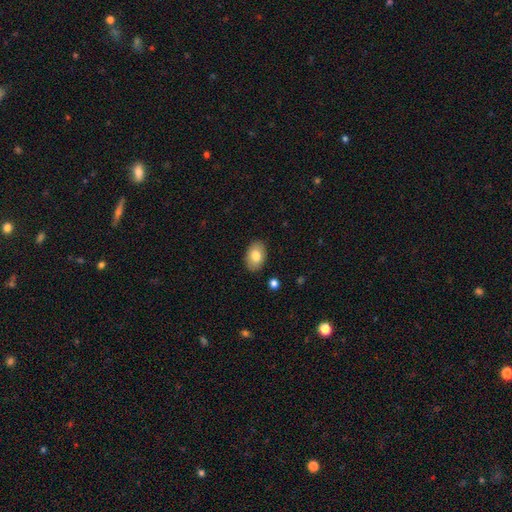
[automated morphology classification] This appears to be a smooth galaxy with no disk features (79%) that is in between round and cigar-shaped (88%). Merging: none (88%).